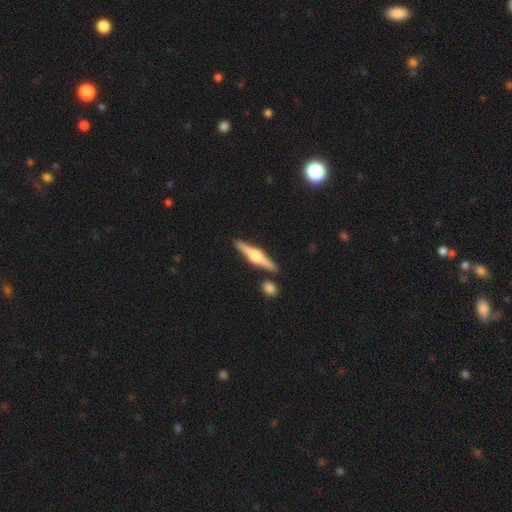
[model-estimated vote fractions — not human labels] Smooth or featured: featured or disk — 78% (smooth — 17%)
Edge-on disk: yes — 98% (no — 2%)
Edge-on bulge: rounded — 93% (boxy — 5%)
Merging: none — 88% (minor disturbance — 7%)